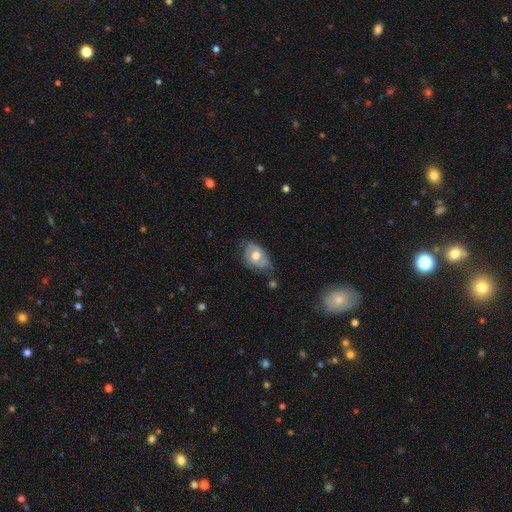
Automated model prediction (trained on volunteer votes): The model was most divided on "merging": none: 46%, minor disturbance: 36%, major disturbance: 14%, merger: 3%. More confident: edge-on disk — no (94%); smooth or featured — featured or disk (52%).